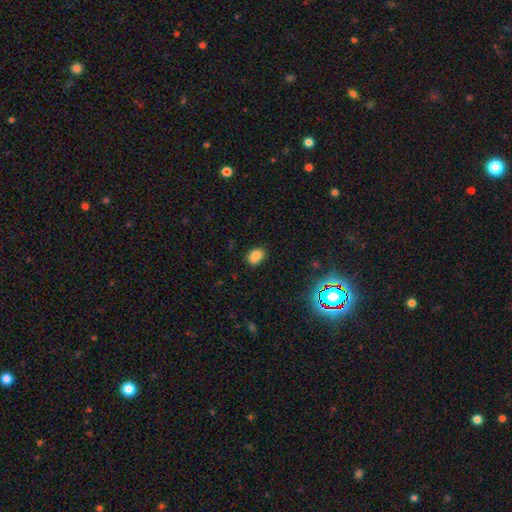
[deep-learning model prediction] Morphology: type=smooth (79%); roundness=in between (67%); merging=none (74%).